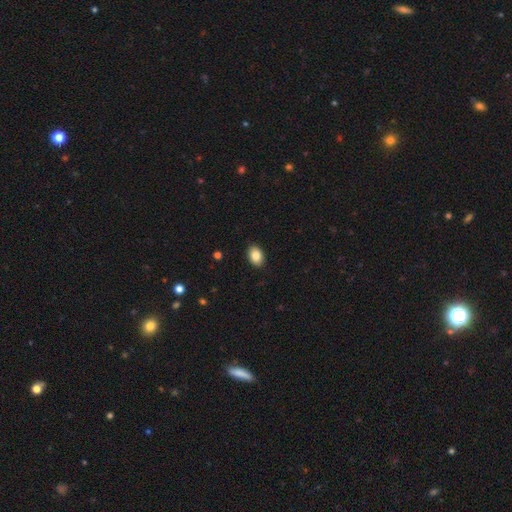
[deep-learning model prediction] This is clearly a smooth galaxy (85%). How rounded: clearly in between (81%). Merging: clearly none (90%).